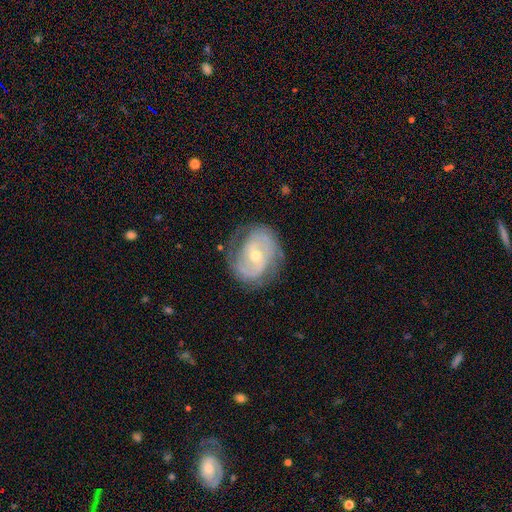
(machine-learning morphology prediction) This is clearly a featured or disk galaxy (83%). It is clearly not viewed edge-on (97%). Bar: possibly no (55%). Spiral arm pattern: clearly yes (93%). Spiral arm count: likely 2 (68%). Spiral winding: possibly tight (48%). Central bulge: possibly moderate (53%). Merging: likely none (71%).